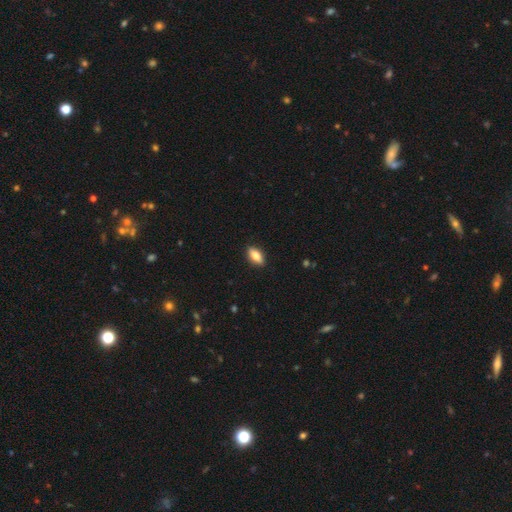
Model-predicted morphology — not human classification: smooth 77%, featured or disk 16%, star or artifact 7%. Down the decision tree: how rounded — in between (86%); merging — none (89%).